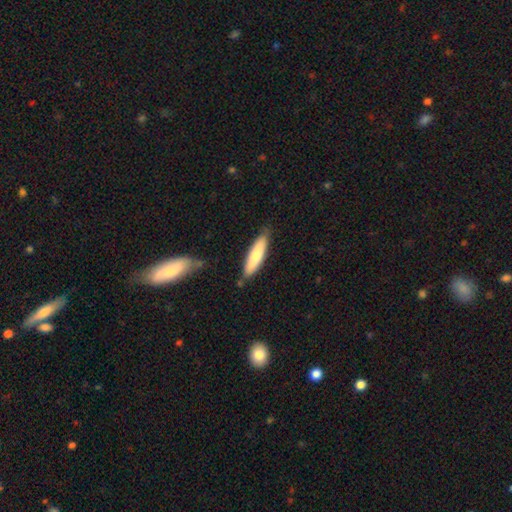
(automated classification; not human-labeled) A smooth galaxy with no disk features (73%) that is cigar-shaped (72%).

Vote fractions:
- Smooth or featured? smooth: 73% / featured or disk: 22% / star or artifact: 5%
- How rounded? cigar-shaped: 72% / in between: 27% / round: 1%
- Merging? none: 79% / minor disturbance: 15% / merger: 3% / major disturbance: 3%